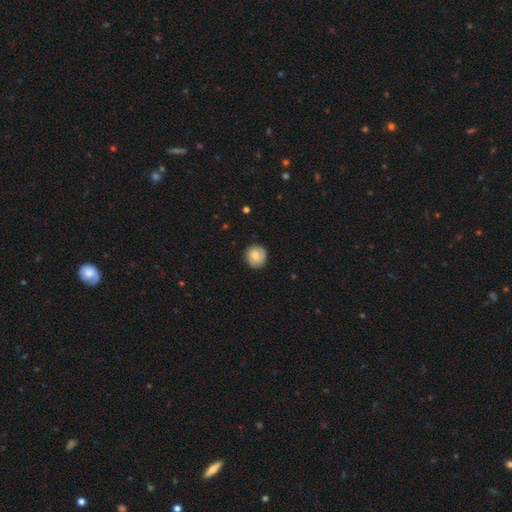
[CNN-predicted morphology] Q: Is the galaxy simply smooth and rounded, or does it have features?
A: smooth — 70%.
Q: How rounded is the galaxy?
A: round — 91%.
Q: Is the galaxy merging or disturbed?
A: none — 85%.